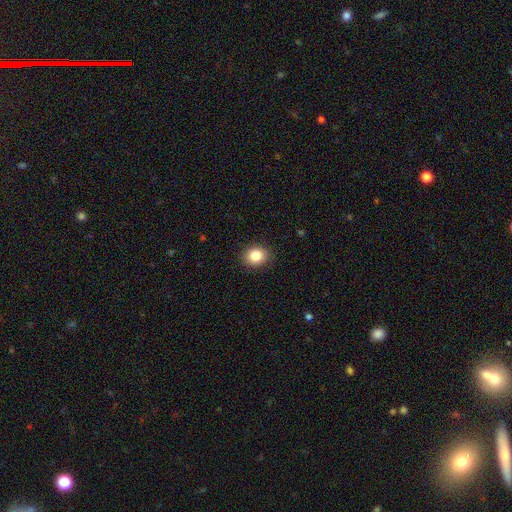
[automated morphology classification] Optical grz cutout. It shows a smooth galaxy with no disk features (85%) that is round (57%). Merging: none (89%).